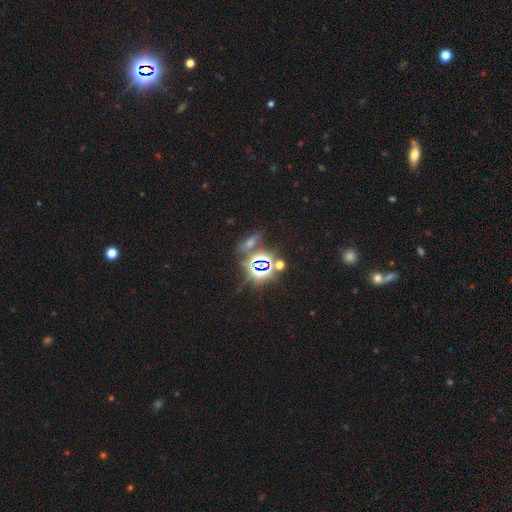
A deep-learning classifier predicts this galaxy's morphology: This appears to be a star or artifact, not a galaxy (74%).